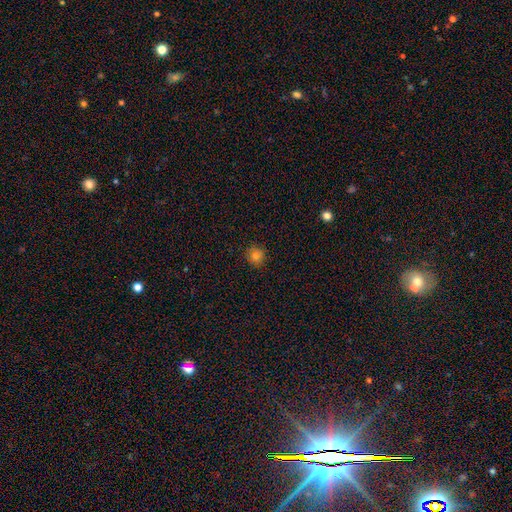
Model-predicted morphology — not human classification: type=smooth (79%); roundness=round (89%); merging=none (89%).